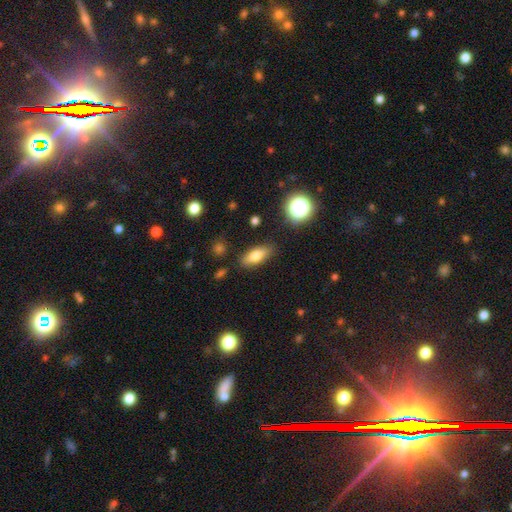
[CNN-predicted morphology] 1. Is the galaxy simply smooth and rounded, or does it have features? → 73% smooth, 17% featured or disk, 10% star or artifact.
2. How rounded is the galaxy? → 75% in between, 21% cigar-shaped, 5% round.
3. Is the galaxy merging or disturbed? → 83% none, 11% minor disturbance, 3% major disturbance, 2% merger.